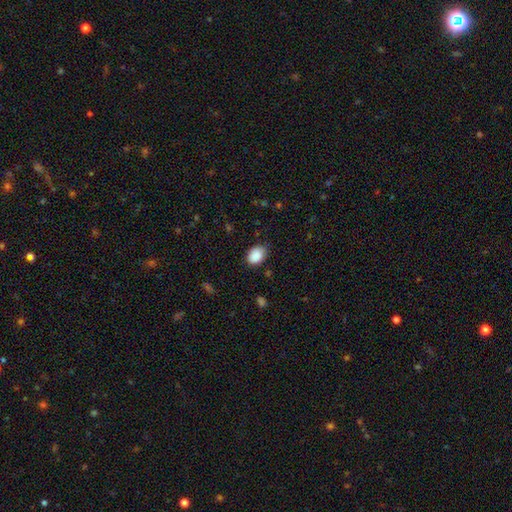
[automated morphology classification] This appears to be a smooth galaxy with no disk features (89%) that is in between round and cigar-shaped (76%). Merging: none (78%).